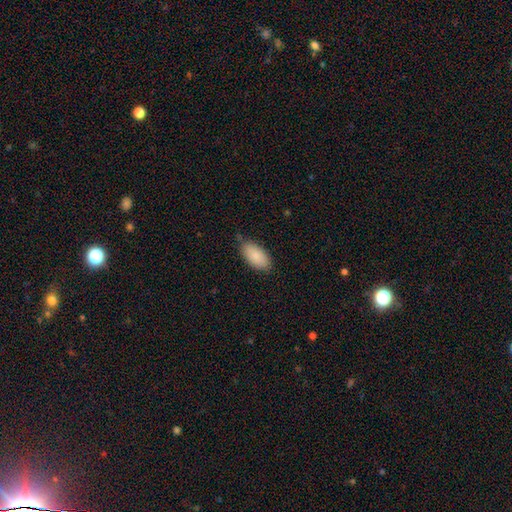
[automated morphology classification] This appears to be a smooth galaxy with no disk features (85%) that is in between round and cigar-shaped (94%). Merging: none (76%).